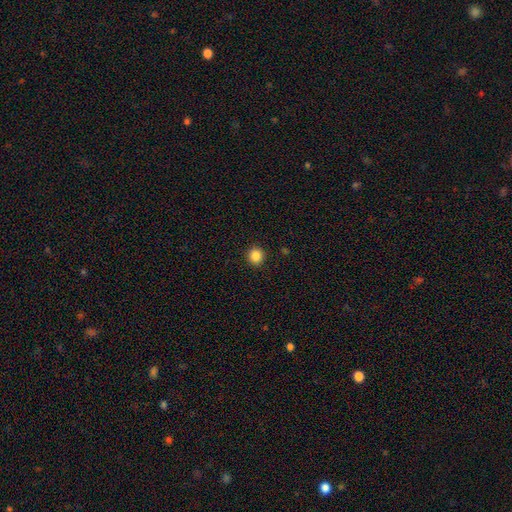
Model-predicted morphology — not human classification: Overall: smooth (86%). How rounded: round (93%). Merging: none (93%).